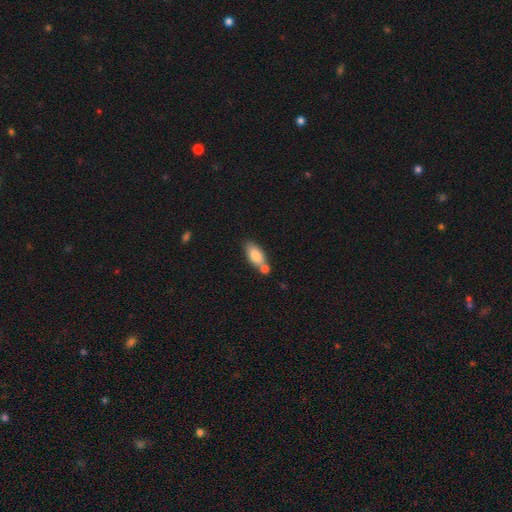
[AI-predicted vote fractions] Smooth or featured? Predicted: smooth (p=0.80). How rounded? Predicted: in between (p=0.88). Merging? Predicted: none (p=0.51).